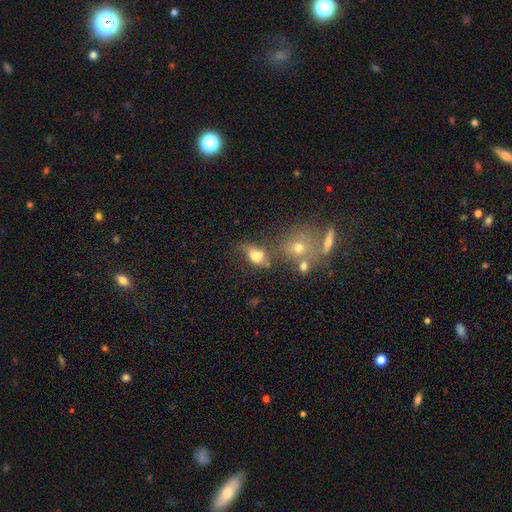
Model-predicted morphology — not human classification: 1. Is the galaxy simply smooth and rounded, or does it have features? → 68% smooth, 18% featured or disk, 14% star or artifact.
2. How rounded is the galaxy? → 70% in between, 27% round, 3% cigar-shaped.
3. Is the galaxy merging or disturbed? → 38% none, 25% merger, 21% minor disturbance, 16% major disturbance.